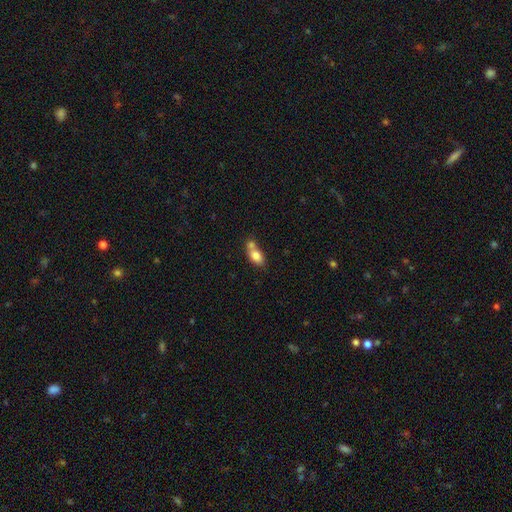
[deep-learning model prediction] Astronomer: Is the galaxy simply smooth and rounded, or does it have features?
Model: smooth — 77%.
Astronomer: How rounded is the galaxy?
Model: in between — 82%.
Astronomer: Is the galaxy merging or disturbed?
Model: merger — 52% (runner-up: none, 32%).